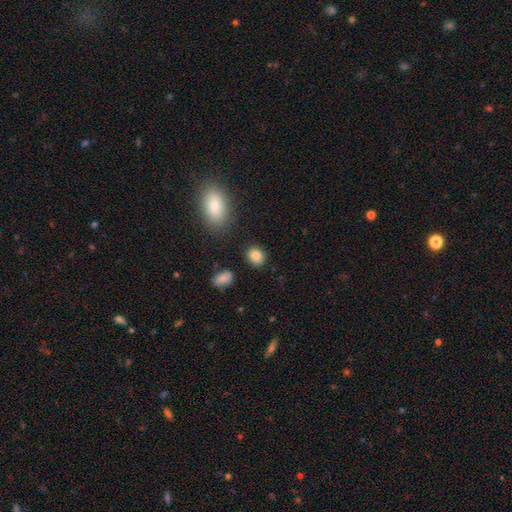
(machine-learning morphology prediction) Smooth or featured? smooth (86%)
How rounded? round (52%)
Merging? none (86%)